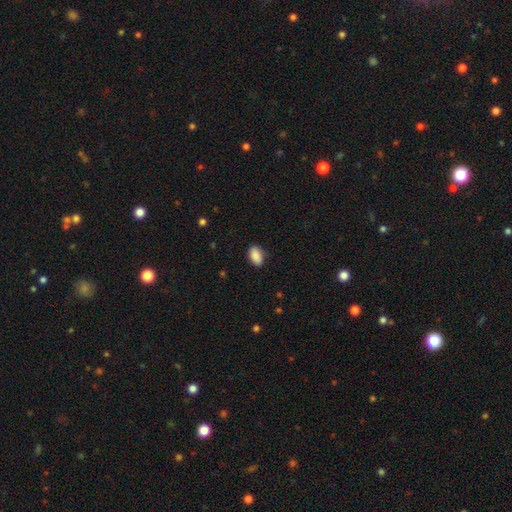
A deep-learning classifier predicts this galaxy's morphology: Smooth or featured: smooth — 89% (star or artifact — 7%)
How rounded: in between — 92% (round — 6%)
Merging: none — 85% (minor disturbance — 11%)